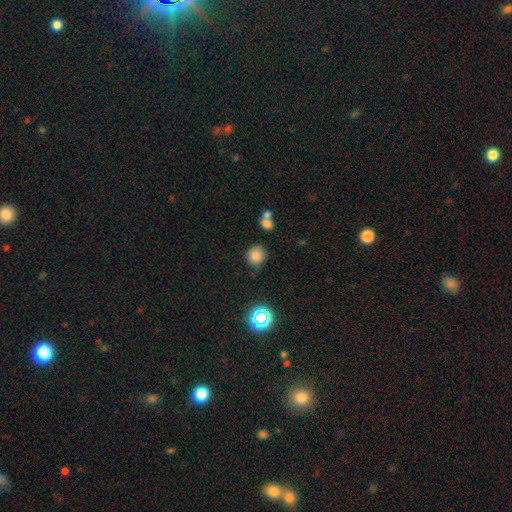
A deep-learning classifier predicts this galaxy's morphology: Smooth or featured? smooth (80%)
How rounded? round (88%)
Merging? none (73%)